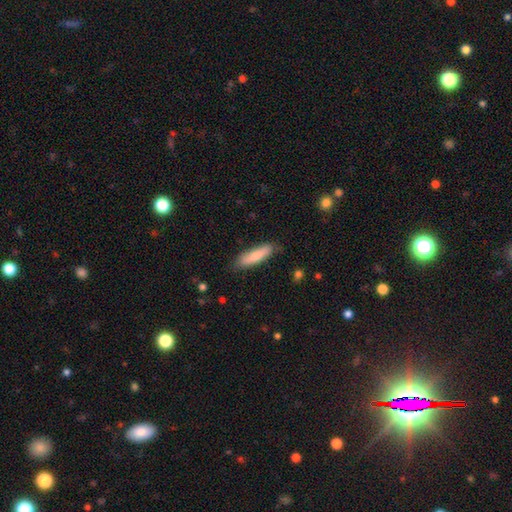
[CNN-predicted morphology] Smooth or featured?
  - smooth: 81% *
  - featured or disk: 14%
  - star or artifact: 5%
How rounded?
  - cigar-shaped: 71% *
  - in between: 27%
  - round: 1%
Merging?
  - none: 80% *
  - minor disturbance: 15%
  - major disturbance: 3%
  - merger: 1%